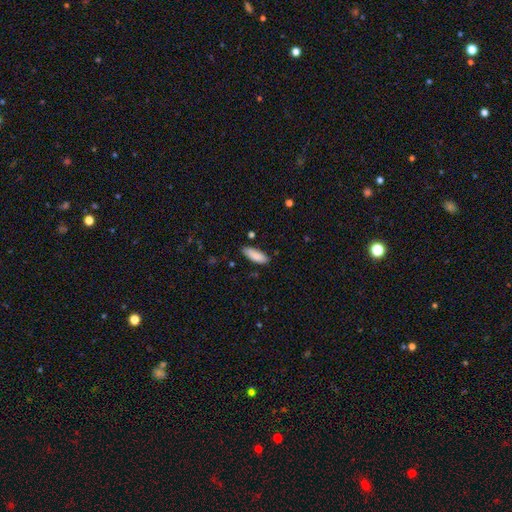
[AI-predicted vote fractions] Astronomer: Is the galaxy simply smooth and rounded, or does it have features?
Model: smooth — 89%.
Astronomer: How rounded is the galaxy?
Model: in between — 67%.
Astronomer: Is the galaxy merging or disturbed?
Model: none — 80%.